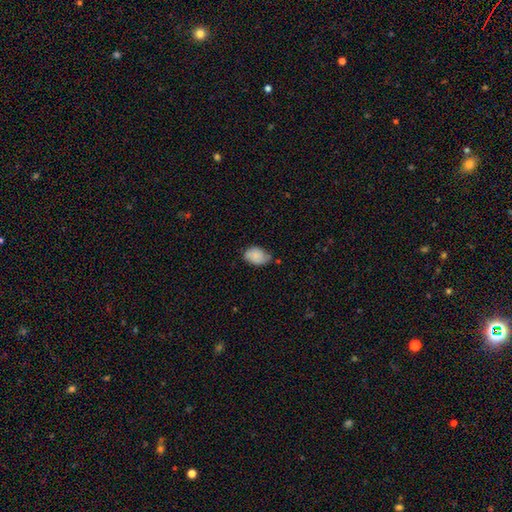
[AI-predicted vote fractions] Smooth or featured? smooth (80%)
How rounded? in between (83%)
Merging? none (48%)